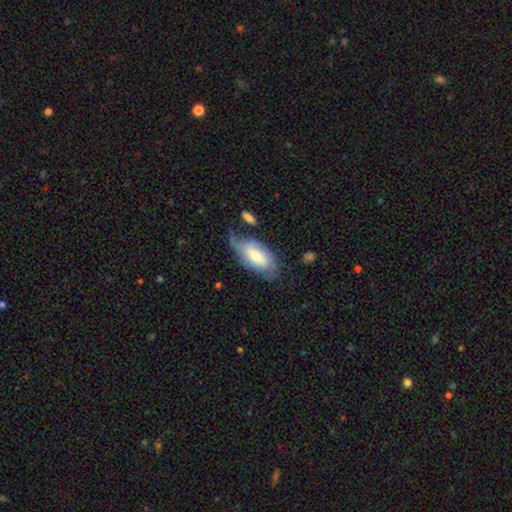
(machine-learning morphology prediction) This appears to be a smooth galaxy with no disk features (47%). Merging: none (43%).